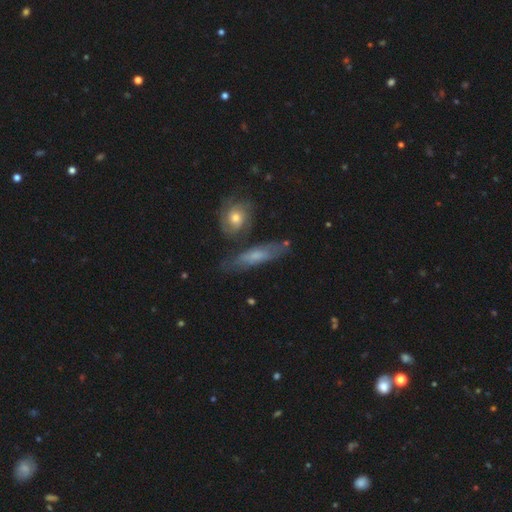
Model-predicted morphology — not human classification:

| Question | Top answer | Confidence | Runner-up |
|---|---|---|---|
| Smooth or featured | smooth | 50% | featured or disk (42%) |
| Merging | none | 67% | minor disturbance (18%) |